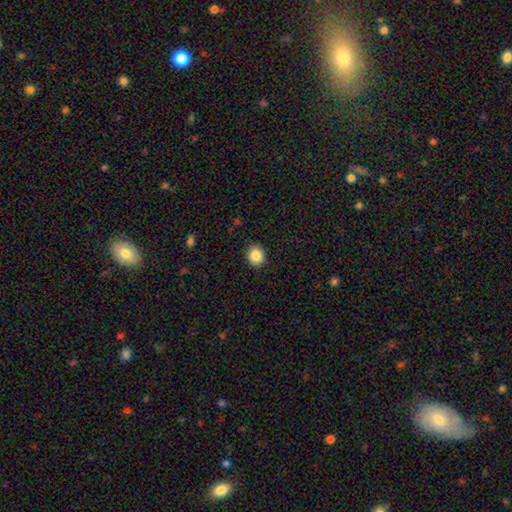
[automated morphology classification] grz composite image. It shows a smooth galaxy with no disk features (87%) that is round (80%). Merging: none (91%).